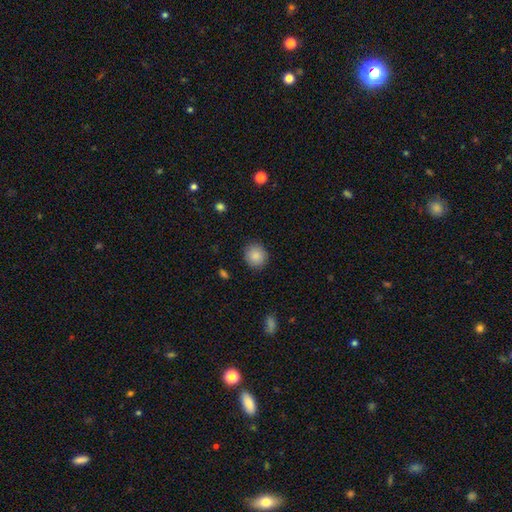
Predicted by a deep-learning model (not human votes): Smooth or featured? Predicted: smooth (p=0.87). How rounded? Predicted: round (p=0.89). Merging? Predicted: none (p=0.89).